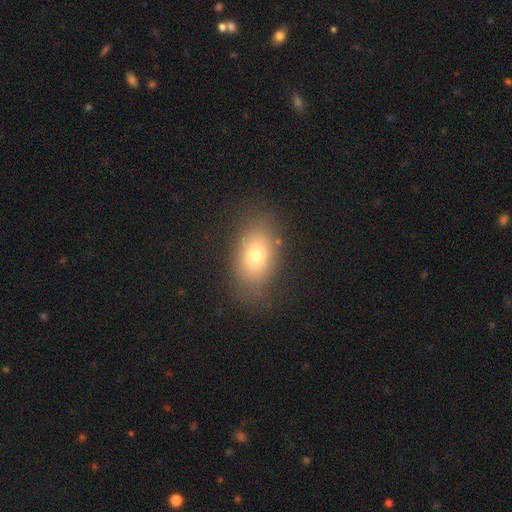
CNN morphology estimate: smooth-or-featured: smooth: 72% | featured or disk: 16% | star or artifact: 12%
  how-rounded: in between: 83% | round: 15% | cigar-shaped: 2%
  merging: none: 81% | minor disturbance: 13% | major disturbance: 5% | merger: 1%